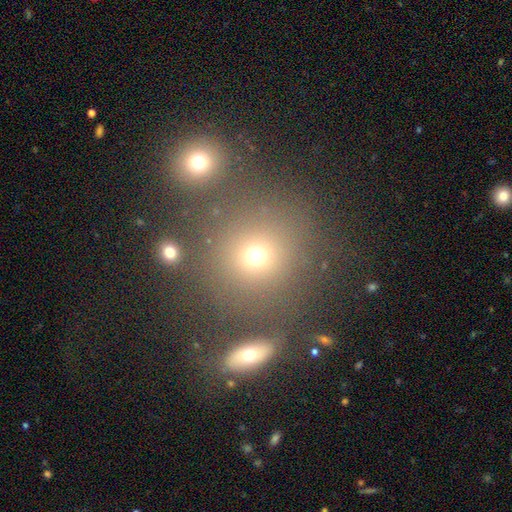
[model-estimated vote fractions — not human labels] Smooth or featured: smooth — 69% (star or artifact — 20%)
How rounded: round — 85% (in between — 14%)
Merging: none — 71% (merger — 14%)